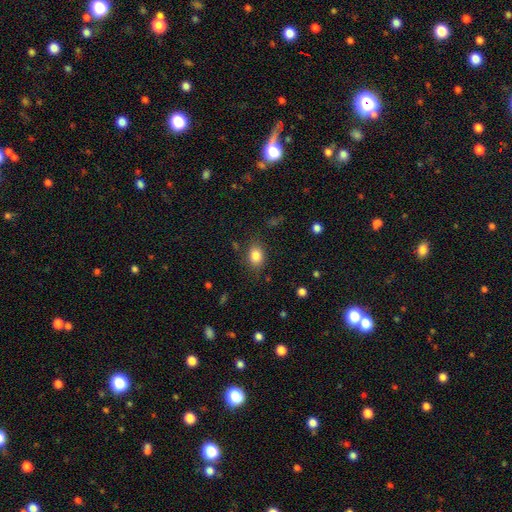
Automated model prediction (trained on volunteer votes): Morphology: type=smooth (83%); roundness=in between (63%); merging=none (81%).